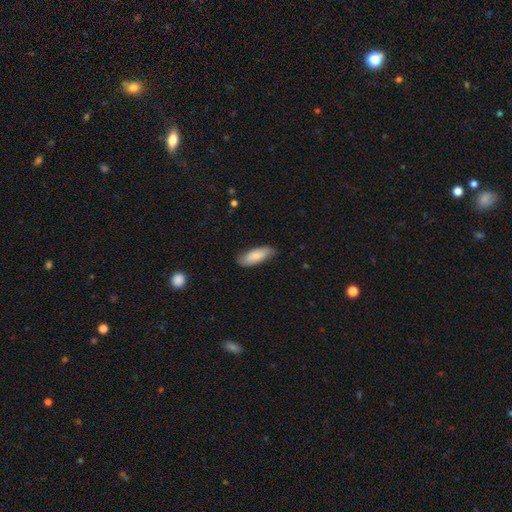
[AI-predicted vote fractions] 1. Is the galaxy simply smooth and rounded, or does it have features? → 78% smooth, 17% featured or disk, 6% star or artifact.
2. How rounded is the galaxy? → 73% in between, 25% cigar-shaped, 2% round.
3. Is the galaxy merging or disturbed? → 80% none, 16% minor disturbance, 3% major disturbance, 1% merger.